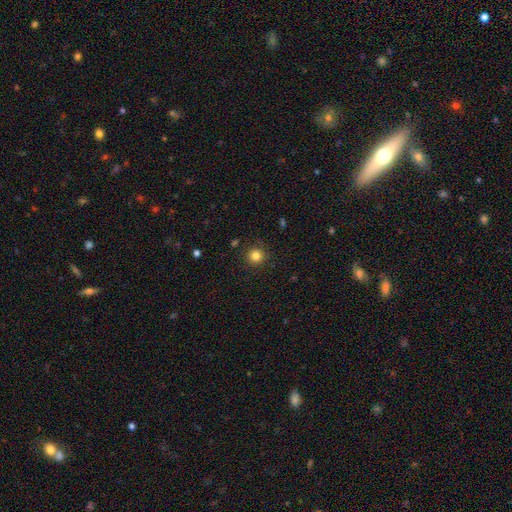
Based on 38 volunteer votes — Smooth or featured? smooth (87%)
How rounded? round (94%)
Merging? none (92%)